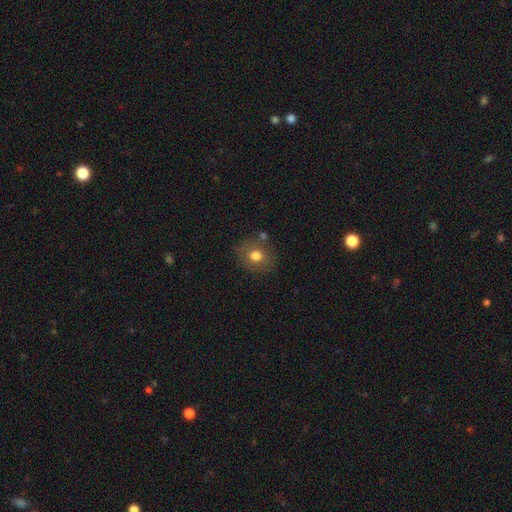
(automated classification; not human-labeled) Overall: smooth (73%). How rounded: round (69%; in between 30%). Merging: none (74%).